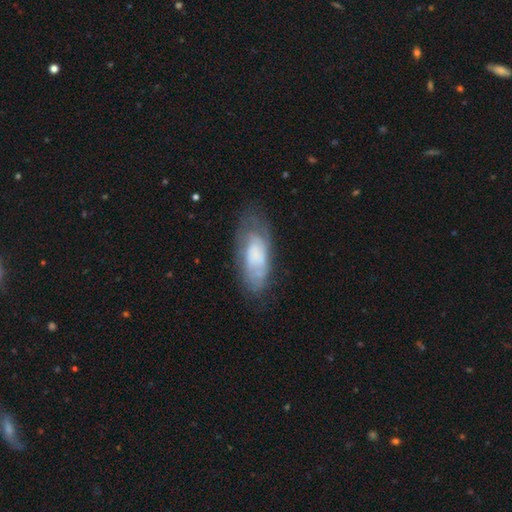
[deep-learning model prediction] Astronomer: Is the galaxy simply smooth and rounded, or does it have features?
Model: featured or disk — 48% (runner-up: smooth, 44%).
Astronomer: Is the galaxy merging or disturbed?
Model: none — 57%.